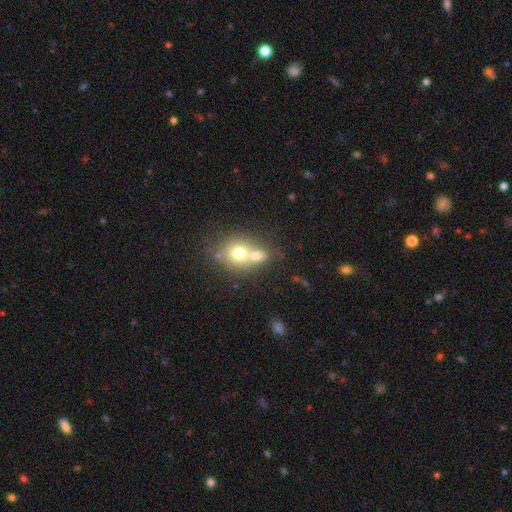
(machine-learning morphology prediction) smooth-or-featured: smooth: 68% | featured or disk: 21% | star or artifact: 11%
  how-rounded: round: 65% | in between: 33% | cigar-shaped: 1%
  merging: merger: 62% | none: 27% | minor disturbance: 7% | major disturbance: 4%